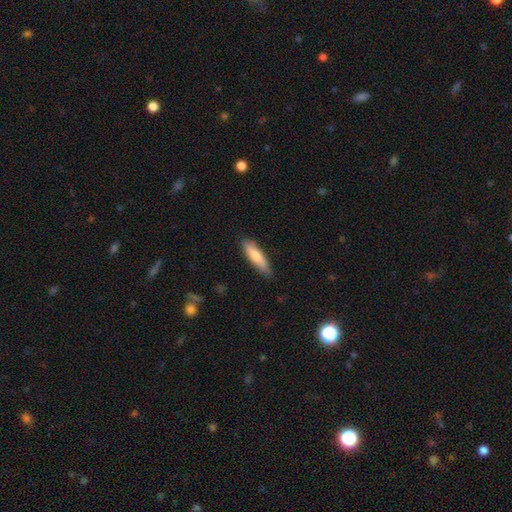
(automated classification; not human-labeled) Morphology: type=smooth (75%); roundness=cigar-shaped (69%); merging=none (84%).